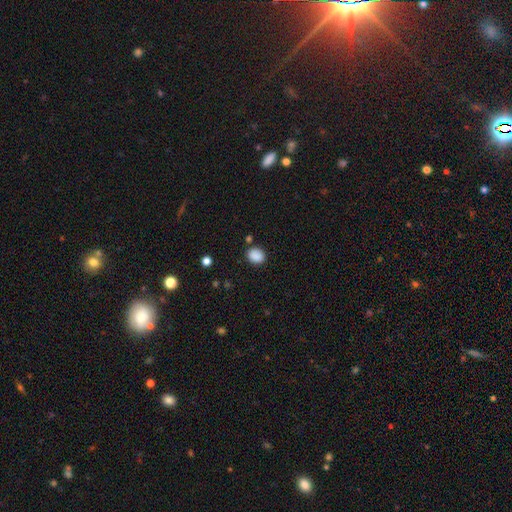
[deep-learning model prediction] Overall: smooth (88%). How rounded: in between (55%; round 44%). Merging: none (82%).